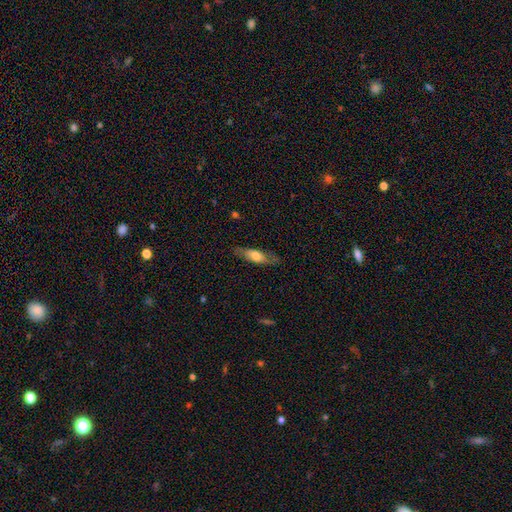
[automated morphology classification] Smooth or featured?
  - smooth: 56% *
  - featured or disk: 38%
  - star or artifact: 6%
How rounded?
  - cigar-shaped: 49% * (tied)
  - in between: 49% * (tied)
  - round: 3%
Merging?
  - none: 77% *
  - minor disturbance: 16%
  - major disturbance: 5%
  - merger: 1%